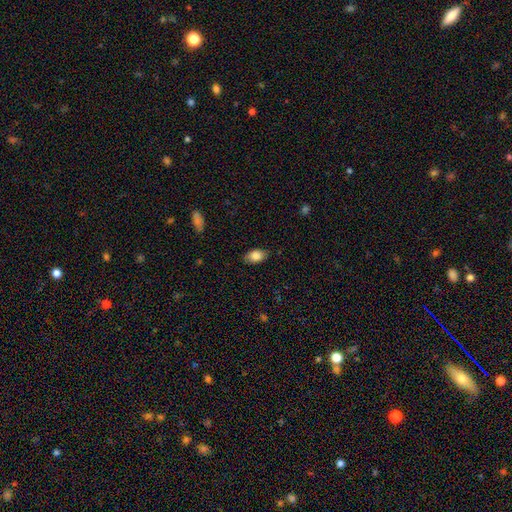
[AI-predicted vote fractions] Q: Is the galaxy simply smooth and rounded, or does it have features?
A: smooth — 84%.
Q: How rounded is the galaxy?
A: in between — 90%.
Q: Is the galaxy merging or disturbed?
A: none — 83%.